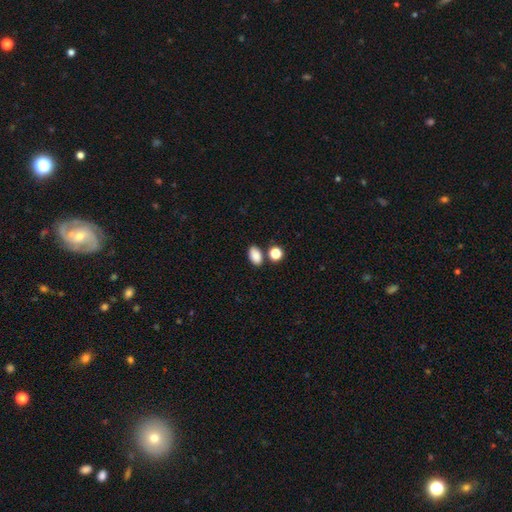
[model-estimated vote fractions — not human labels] smooth_or_featured: smooth (p=0.86) [alt: star or artifact p=0.09]
how_rounded: in between (p=0.88) [alt: round p=0.11]
merging: none (p=0.76) [alt: minor disturbance p=0.11]